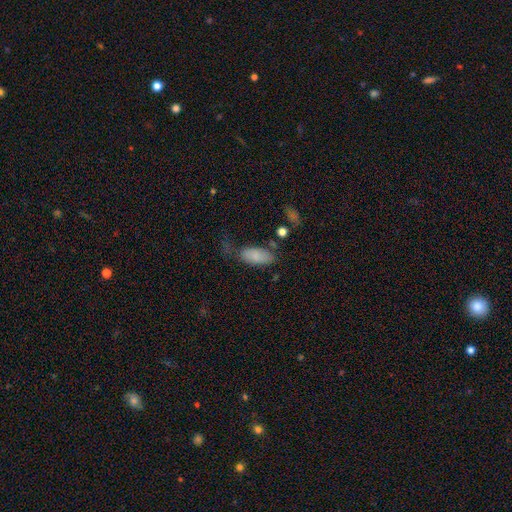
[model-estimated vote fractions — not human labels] Smooth or featured? Predicted: smooth (p=0.82). How rounded? Predicted: in between (p=0.91). Merging? Predicted: none (p=0.49).